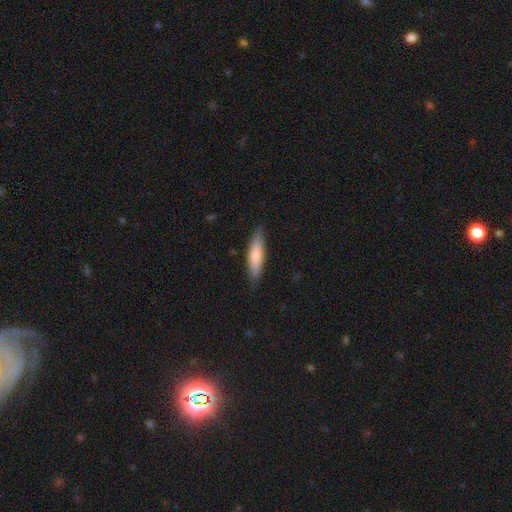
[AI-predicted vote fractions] Smooth or featured: smooth — 75% (featured or disk — 20%)
How rounded: cigar-shaped — 70% (in between — 29%)
Merging: none — 84% (minor disturbance — 12%)